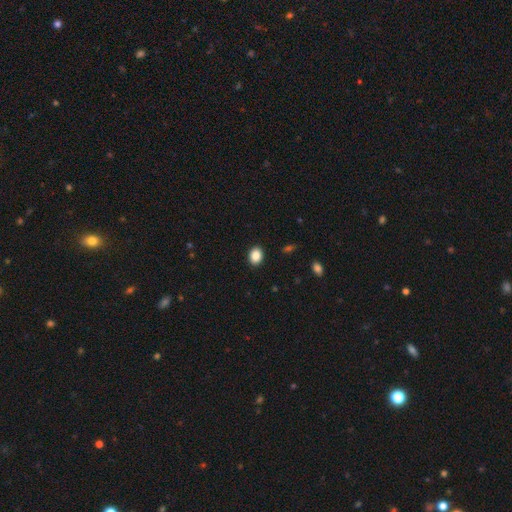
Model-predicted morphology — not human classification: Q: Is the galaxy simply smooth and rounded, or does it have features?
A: smooth — 87%.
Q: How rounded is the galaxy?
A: in between — 57%.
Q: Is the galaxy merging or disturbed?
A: none — 91%.